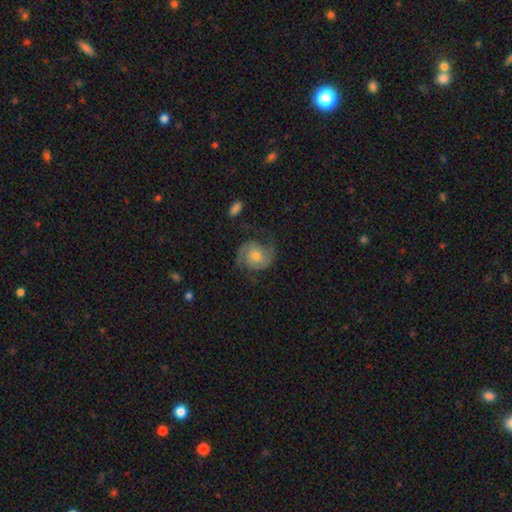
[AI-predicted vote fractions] This is clearly a featured or disk galaxy (83%). It is clearly not viewed edge-on (98%). Bar: likely no (68%). Spiral arm pattern: clearly yes (96%). Spiral arm count: clearly 2 (90%). Spiral winding: possibly medium (49%). Central bulge: possibly moderate (52%). Merging: likely none (71%).